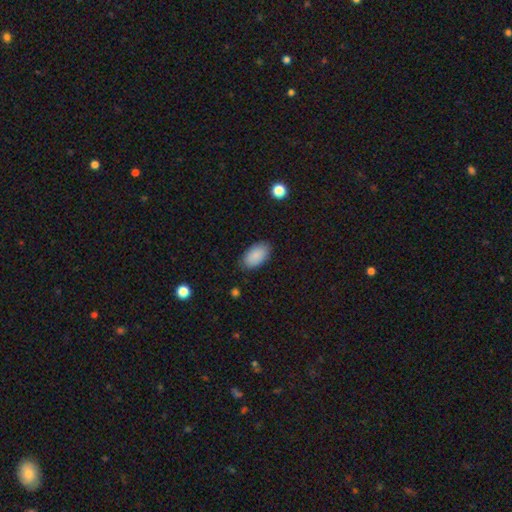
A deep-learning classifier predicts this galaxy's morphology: smooth 89%, star or artifact 6%, featured or disk 5%. Down the decision tree: how rounded — in between (95%); merging — none (85%).